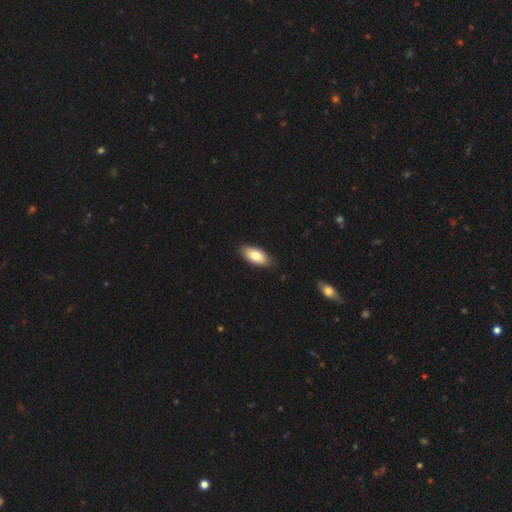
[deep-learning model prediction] Overall: smooth (81%). How rounded: in between (91%). Merging: none (86%).